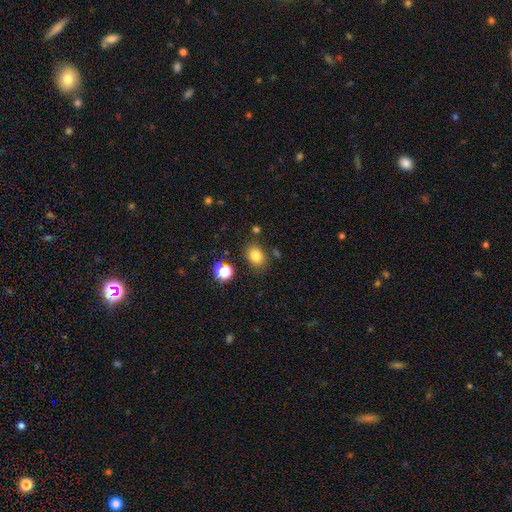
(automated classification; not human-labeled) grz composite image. It shows a smooth galaxy with no disk features (81%) that is in between round and cigar-shaped (64%). Merging: none (80%).